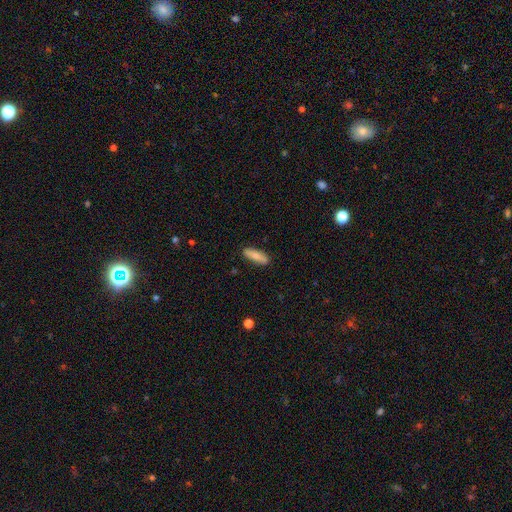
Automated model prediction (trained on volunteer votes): The model was most divided on "how rounded": cigar-shaped: 56%, in between: 42%, round: 2%. More confident: merging — none (87%); smooth or featured — smooth (82%).